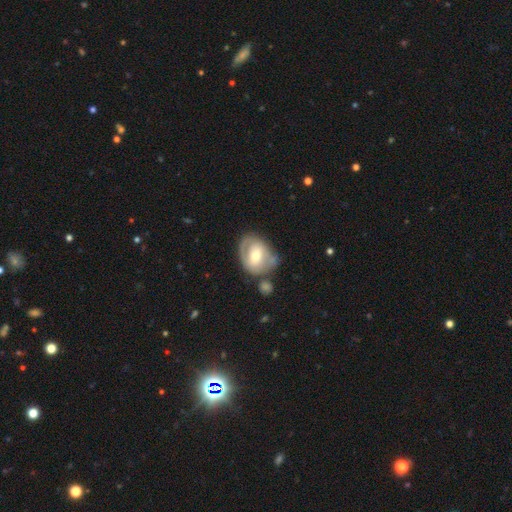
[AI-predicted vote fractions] Overall: featured or disk (56%; smooth 38%). Edge-on disk: no (95%). Bar: weak (42%; no 41%). Spiral arms: yes (57%; no 43%). Bulge size: moderate (68%). Merging: none (51%; minor disturbance 24%).